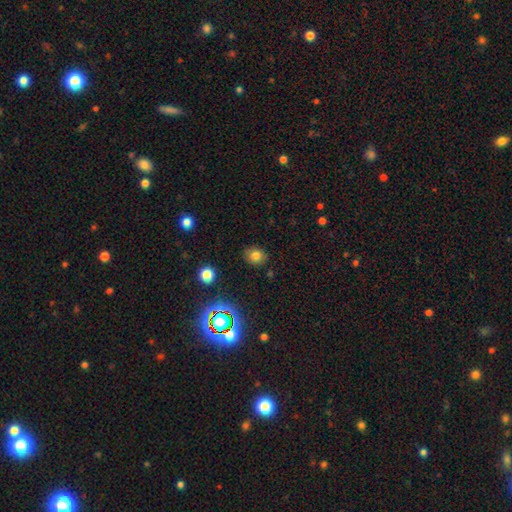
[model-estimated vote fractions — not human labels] Overall: smooth (75%). How rounded: round (70%). Merging: none (85%).